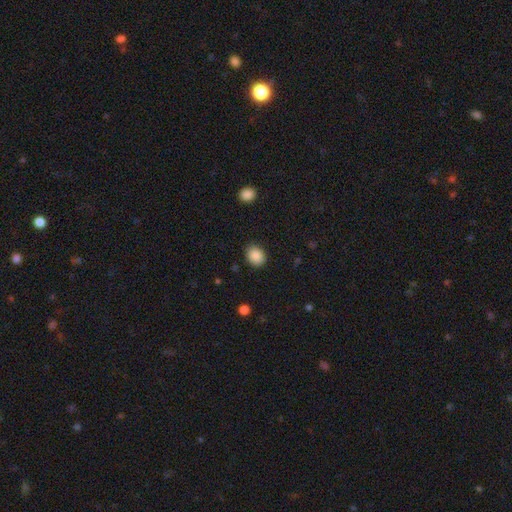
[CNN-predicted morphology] Smooth or featured?
  - smooth: 88% *
  - star or artifact: 8%
  - featured or disk: 3%
How rounded?
  - in between: 51% *
  - round: 48%
  - cigar-shaped: 1%
Merging?
  - none: 88% *
  - minor disturbance: 9%
  - major disturbance: 3%
  - merger: 1%